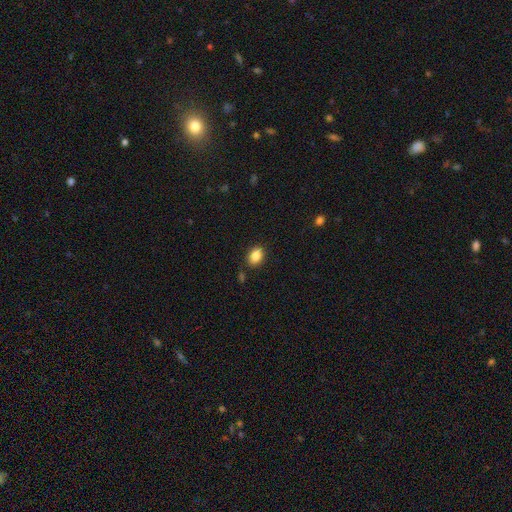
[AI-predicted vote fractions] This appears to be a smooth galaxy with no disk features (87%) that is in between round and cigar-shaped (79%). Merging: none (84%).